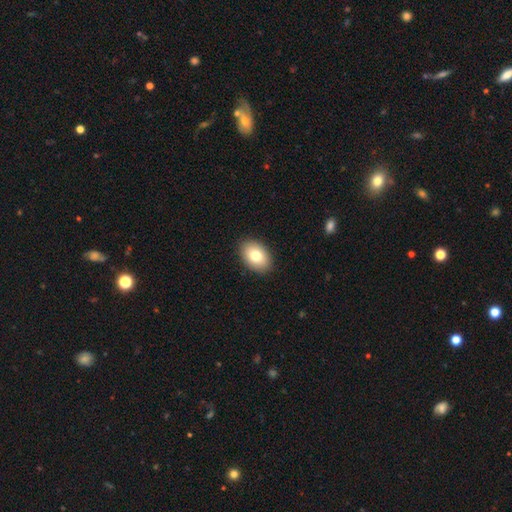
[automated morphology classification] Smooth or featured: smooth — 79% (featured or disk — 14%)
How rounded: in between — 85% (round — 14%)
Merging: none — 89% (minor disturbance — 8%)